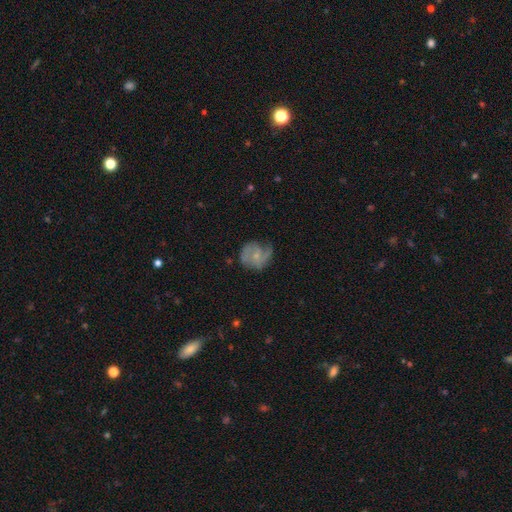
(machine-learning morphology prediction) smooth-or-featured: featured or disk: 61% | smooth: 32% | star or artifact: 7%
  disk-edge-on: no: 98% | yes: 2%
    bar: no: 65% | weak: 30% | strong: 5%
    has-spiral-arms: yes: 84% | no: 16%
      spiral-winding: medium: 43% | loose: 29% | tight: 28%
      spiral-arm-count: 2: 45% | 1: 26% | can't tell: 18% | 3: 8% | 4: 2% | more than 4: 2%
    bulge-size: small: 67% | moderate: 22% | none: 9% | large: 1% | dominant: 1%
  merging: none: 52% | minor disturbance: 28% | major disturbance: 18% | merger: 2%